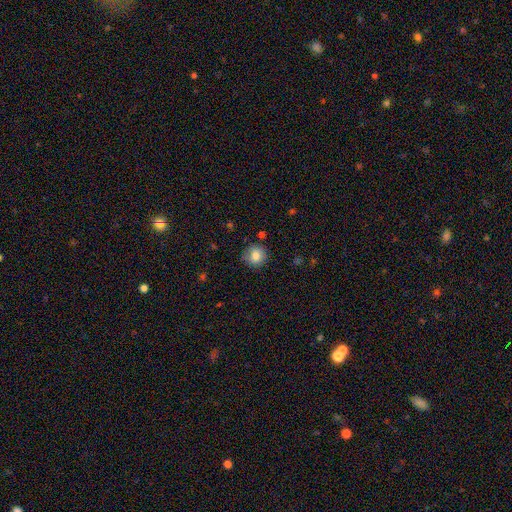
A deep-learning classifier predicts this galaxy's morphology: A smooth galaxy with no disk features (83%) that is round (91%).

Vote fractions:
- Smooth or featured? smooth: 83% / star or artifact: 9% / featured or disk: 8%
- How rounded? round: 91% / in between: 8% / cigar-shaped: 1%
- Merging? none: 85% / minor disturbance: 11% / major disturbance: 2% / merger: 2%